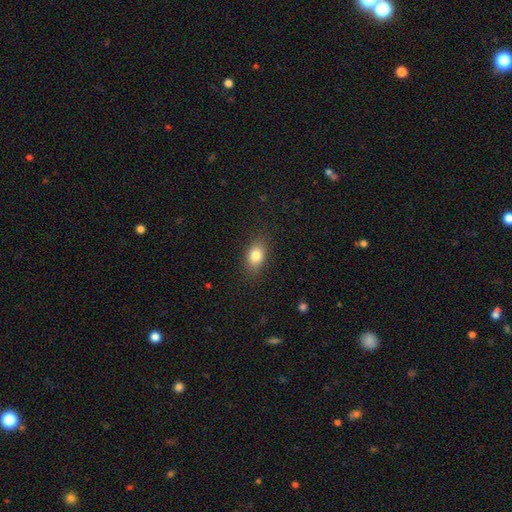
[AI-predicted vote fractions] This appears to be a smooth galaxy with no disk features (82%) that is in between round and cigar-shaped (78%). Merging: none (84%).